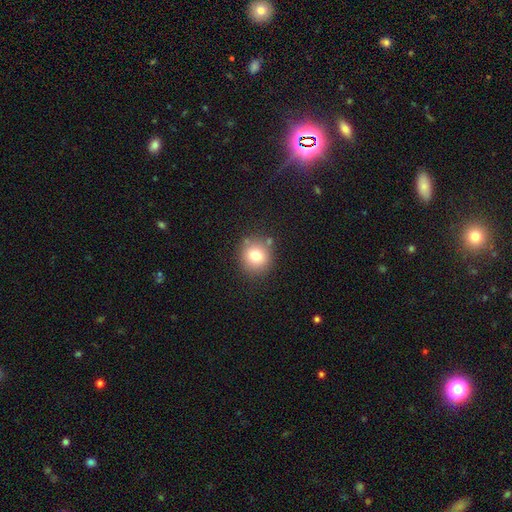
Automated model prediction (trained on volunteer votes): Smooth or featured: smooth — 78% (star or artifact — 11%)
How rounded: round — 88% (in between — 11%)
Merging: none — 80% (minor disturbance — 11%)